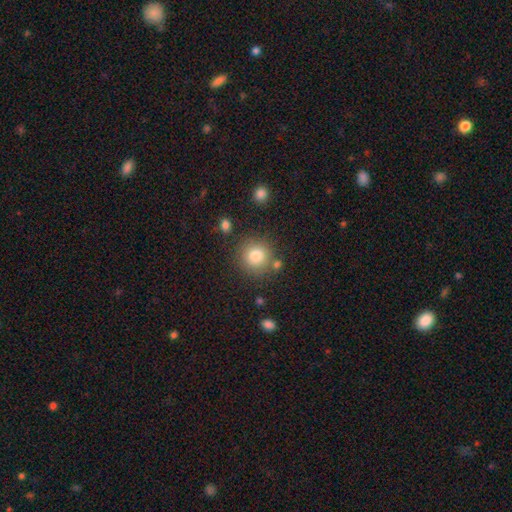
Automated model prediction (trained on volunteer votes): Smooth or featured? smooth (82%)
How rounded? round (91%)
Merging? none (79%)